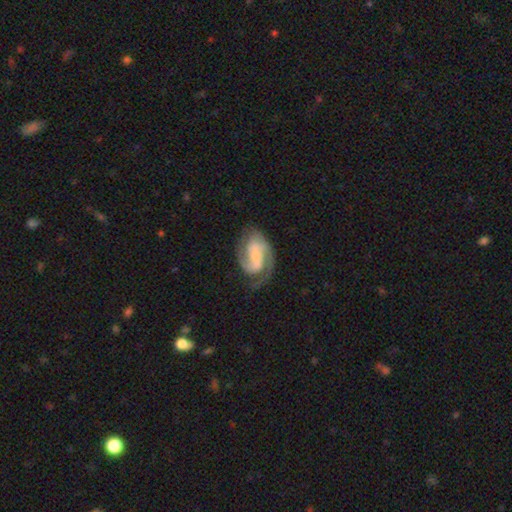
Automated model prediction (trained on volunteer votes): smooth-or-featured: featured or disk: 85% | smooth: 10% | star or artifact: 5%
  disk-edge-on: no: 97% | yes: 3%
    bar: weak: 41% | no: 36% | strong: 23%
    has-spiral-arms: yes: 96% | no: 4%
      spiral-winding: medium: 49% | tight: 35% | loose: 16%
      spiral-arm-count: 2: 76% | 1: 7% | 3: 7% | can't tell: 7% | 4: 2% | more than 4: 2%
    bulge-size: small: 60% | moderate: 30% | none: 5% | large: 3% | dominant: 1%
  merging: none: 65% | minor disturbance: 20% | major disturbance: 12% | merger: 2%